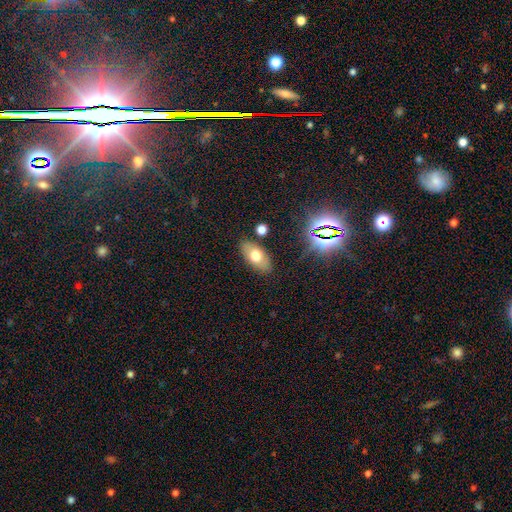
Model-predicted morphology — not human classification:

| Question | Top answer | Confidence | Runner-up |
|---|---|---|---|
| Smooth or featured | smooth | 67% | featured or disk (22%) |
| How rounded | in between | 90% | round (5%) |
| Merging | none | 83% | minor disturbance (11%) |